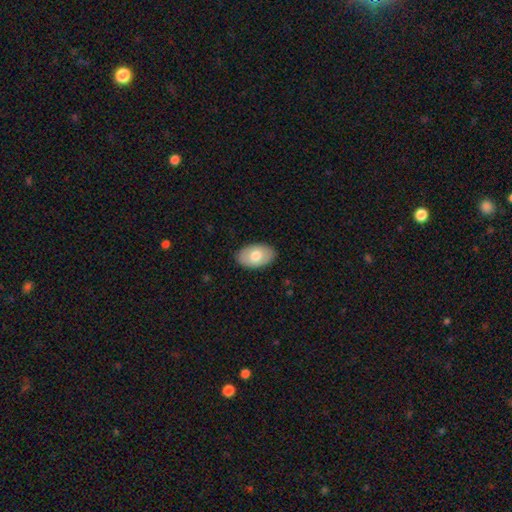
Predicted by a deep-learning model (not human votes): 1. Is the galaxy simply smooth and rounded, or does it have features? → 74% smooth, 21% featured or disk, 6% star or artifact.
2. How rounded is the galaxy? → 93% in between, 6% round, 1% cigar-shaped.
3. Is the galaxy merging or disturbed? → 88% none, 9% minor disturbance, 2% major disturbance, 1% merger.